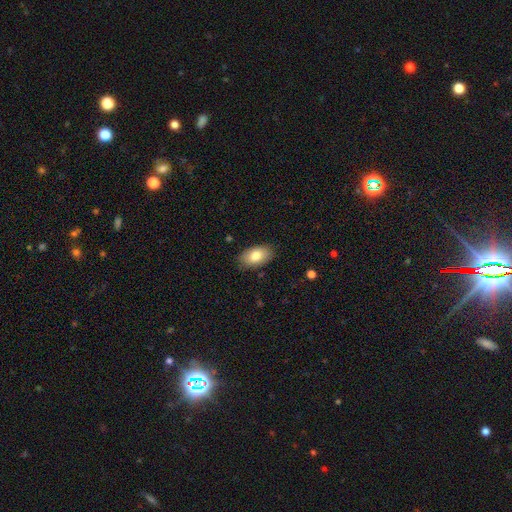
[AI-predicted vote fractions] The model was most divided on "smooth or featured": smooth: 79%, featured or disk: 14%, star or artifact: 7%. More confident: how rounded — in between (92%); merging — none (86%).